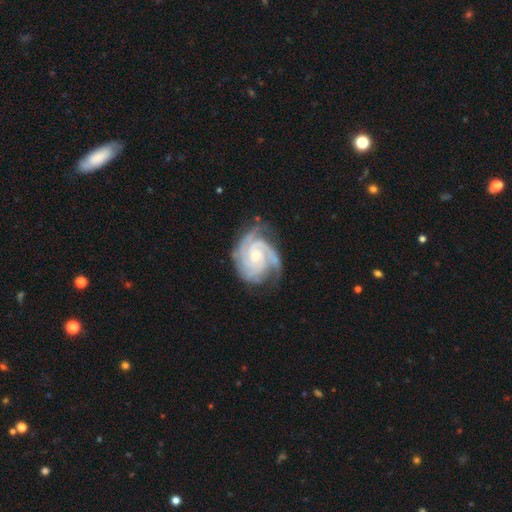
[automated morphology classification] type=featured or disk (93%); edge-on=no (98%); bar=no (66%); spiral arms=yes (99%); winding=tight (72%); arm count=3 (45%); bulge=small (61%); merging=none (71%).